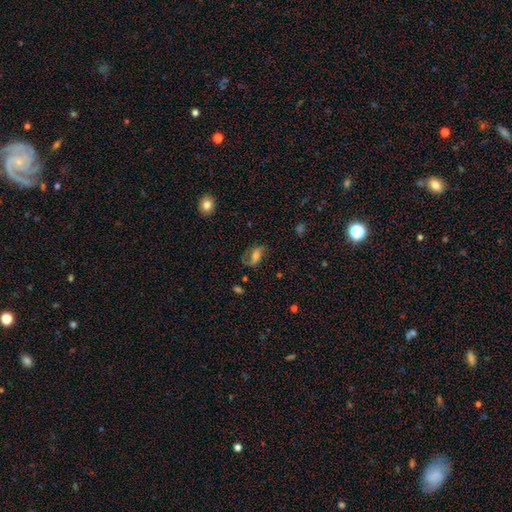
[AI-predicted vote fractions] Smooth or featured? Predicted: featured or disk (p=0.61). Edge-on disk? Predicted: no (p=0.93). Bar? Predicted: no (p=0.37, tied with weak). Spiral arms? Predicted: yes (p=0.86). Bulge size? Predicted: moderate (p=0.51). Merging? Predicted: none (p=0.61).